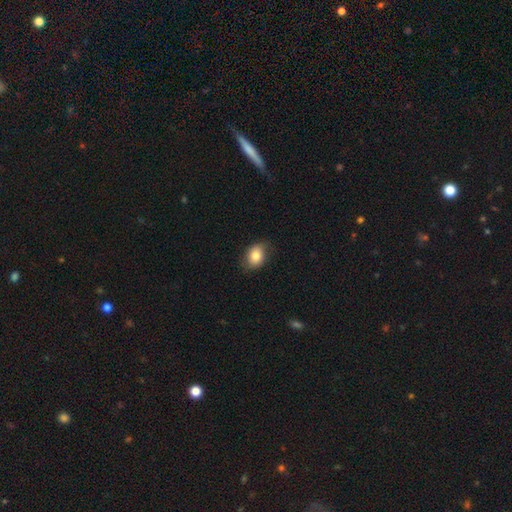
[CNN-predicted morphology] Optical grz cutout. It shows a smooth galaxy with no disk features (82%) that is in between round and cigar-shaped (68%). Merging: none (79%).